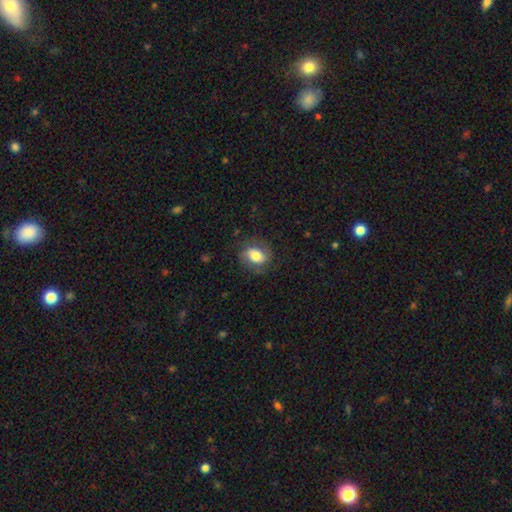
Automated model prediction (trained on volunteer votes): Morphology: type=smooth (69%); roundness=in between (67%); merging=none (75%).